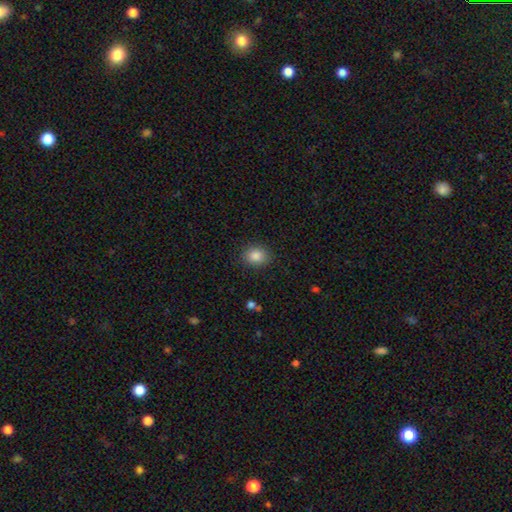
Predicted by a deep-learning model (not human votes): A smooth galaxy with no disk features (86%) that is round (60%). Merging: none (87%).